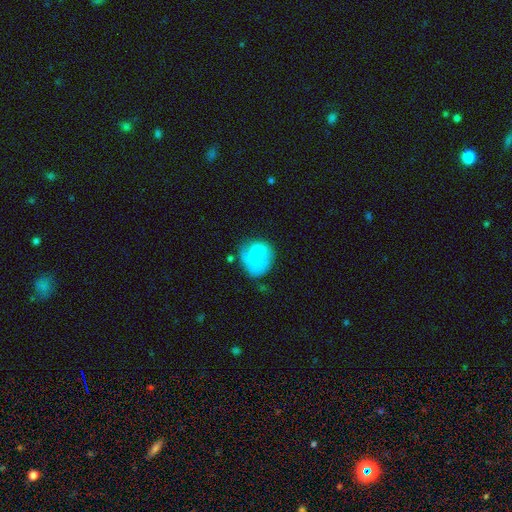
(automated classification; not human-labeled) smooth-or-featured: smooth: 51% | featured or disk: 40% | star or artifact: 9%
  how-rounded: round: 64% | in between: 35% | cigar-shaped: 2%
  merging: none: 44% | minor disturbance: 27% | major disturbance: 22% | merger: 7%